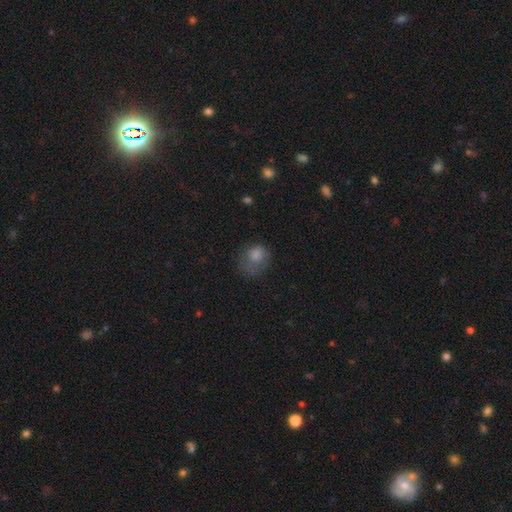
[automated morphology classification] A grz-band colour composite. It shows a smooth galaxy with no disk features (78%) that is round (65%). Merging: none (40%).